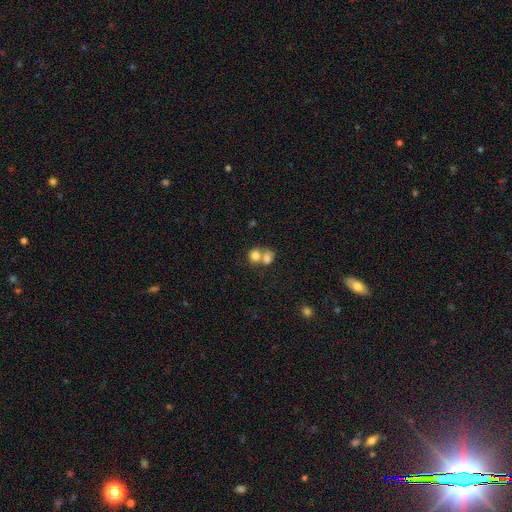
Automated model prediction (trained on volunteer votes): A smooth galaxy with no disk features (76%) that is round (72%).

Vote fractions:
- Smooth or featured? smooth: 76% / featured or disk: 14% / star or artifact: 10%
- How rounded? round: 72% / in between: 27% / cigar-shaped: 1%
- Merging? merger: 64% / none: 27% / minor disturbance: 6% / major disturbance: 3%